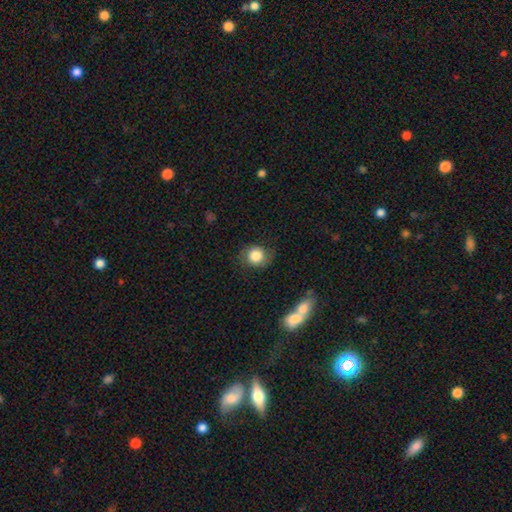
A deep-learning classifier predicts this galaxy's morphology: This appears to be a smooth galaxy with no disk features (81%) that is round (79%). Merging: none (71%).